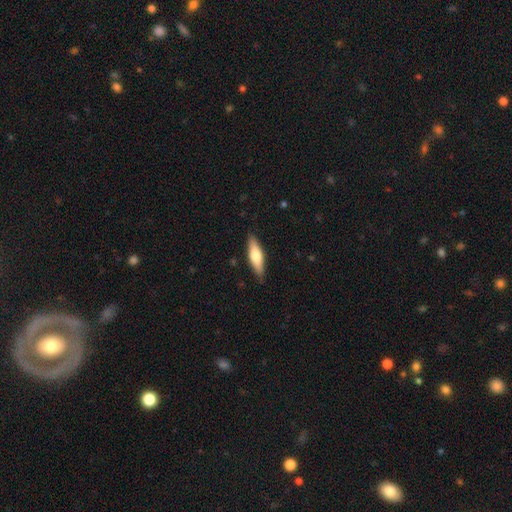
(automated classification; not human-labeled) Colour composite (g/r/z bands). It shows a smooth galaxy with no disk features (57%) that is cigar-shaped (59%). Merging: none (86%).